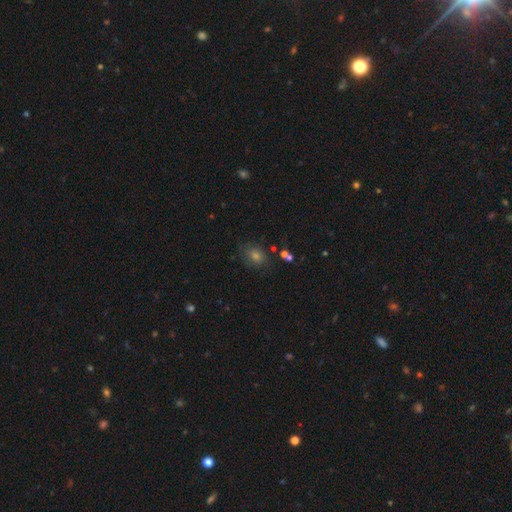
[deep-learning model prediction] This is possibly a smooth galaxy (60%). How rounded: possibly round (56%). Merging: likely none (79%).